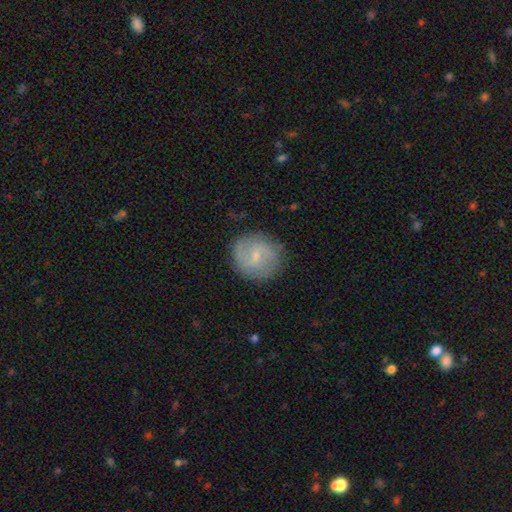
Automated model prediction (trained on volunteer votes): Q: Smooth or featured?
A: featured or disk (61%); runner-up: smooth (33%)
Q: Edge-on disk?
A: no (98%); runner-up: yes (2%)
Q: Bar?
A: weak (64%); runner-up: no (19%)
Q: Spiral arms?
A: yes (85%); runner-up: no (15%)
Q: Spiral winding?
A: medium (48%); runner-up: loose (27%)
Q: Spiral arm count?
A: 2 (81%); runner-up: can't tell (12%)
Q: Bulge size?
A: small (63%); runner-up: moderate (24%)
Q: Merging?
A: none (82%); runner-up: minor disturbance (13%)